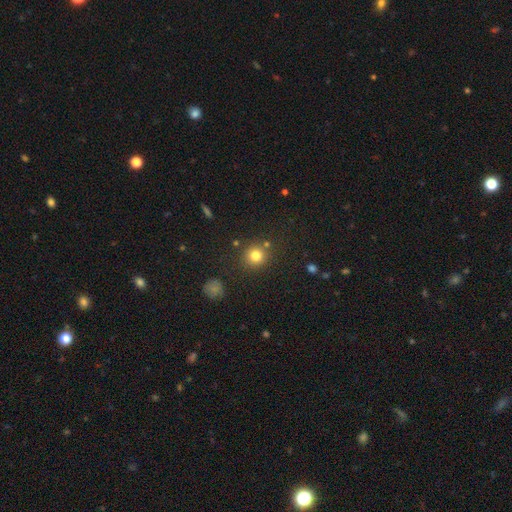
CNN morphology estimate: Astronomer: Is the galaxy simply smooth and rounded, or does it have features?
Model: smooth — 80%.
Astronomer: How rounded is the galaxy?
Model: round — 91%.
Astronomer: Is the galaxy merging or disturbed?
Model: none — 82%.